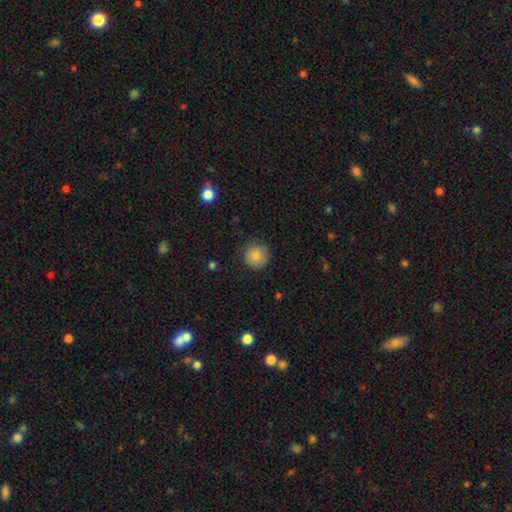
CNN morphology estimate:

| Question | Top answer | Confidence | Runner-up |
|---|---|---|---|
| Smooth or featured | smooth | 81% | star or artifact (10%) |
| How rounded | round | 95% | in between (4%) |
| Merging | none | 87% | minor disturbance (10%) |